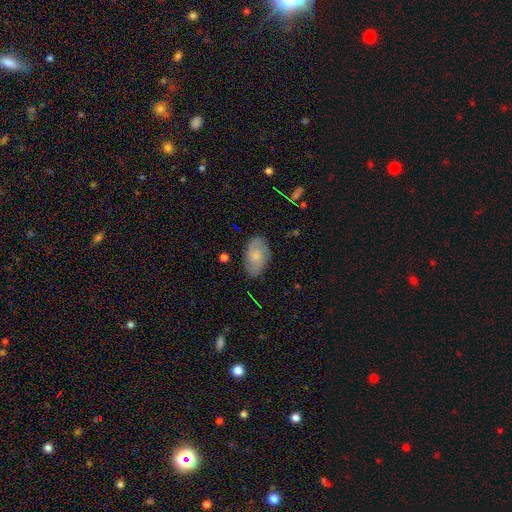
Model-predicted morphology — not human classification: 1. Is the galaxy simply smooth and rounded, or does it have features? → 57% smooth, 36% featured or disk, 7% star or artifact.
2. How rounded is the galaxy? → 90% in between, 8% round, 2% cigar-shaped.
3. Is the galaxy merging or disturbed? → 80% none, 15% minor disturbance, 4% major disturbance, 1% merger.